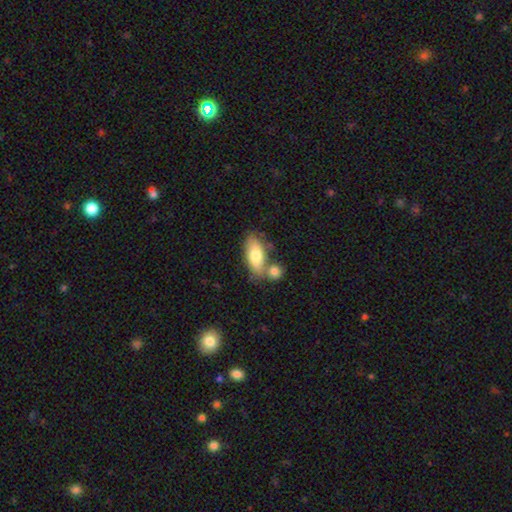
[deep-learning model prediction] This appears to be a smooth galaxy with no disk features (74%) that is in between round and cigar-shaped (84%). Merging: none (50%).